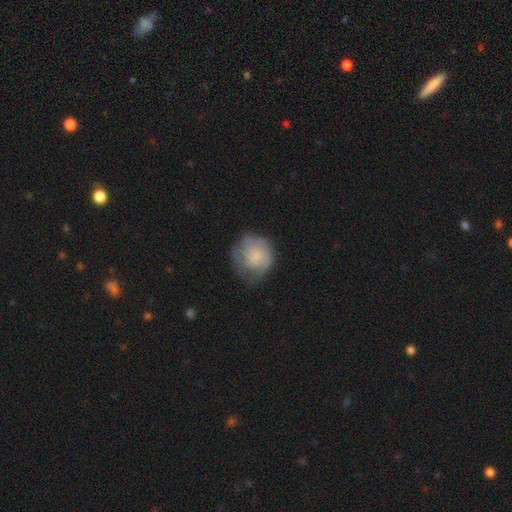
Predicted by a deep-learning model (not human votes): Smooth or featured? smooth (53%)
How rounded? round (81%)
Merging? none (51%)